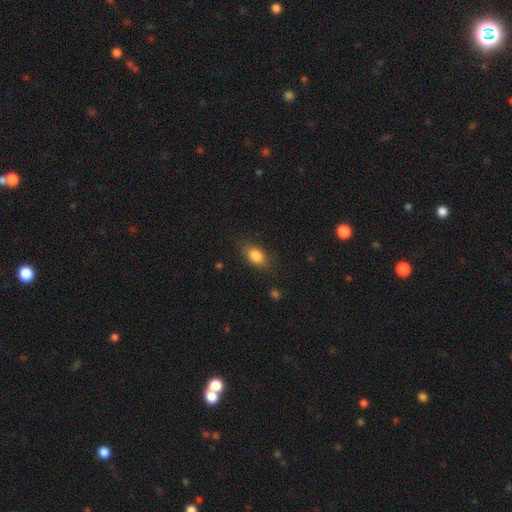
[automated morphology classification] smooth_or_featured: smooth (p=0.85) [alt: star or artifact p=0.08]
how_rounded: in between (p=0.85) [alt: round p=0.11]
merging: none (p=0.79) [alt: minor disturbance p=0.15]